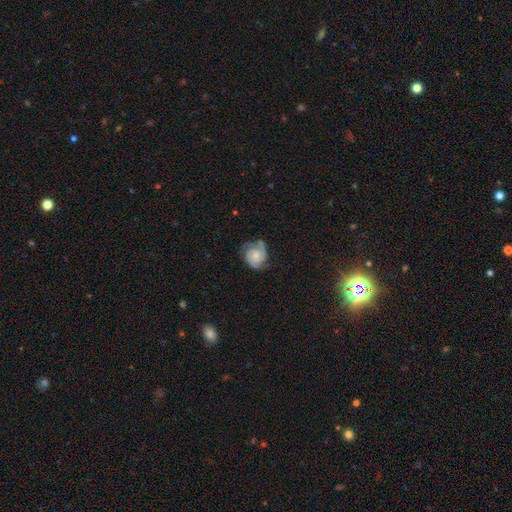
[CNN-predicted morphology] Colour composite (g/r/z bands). It shows a featured or disk galaxy (86%) with no bar (69%), 2 (67%) tight (63%) spiral arms (98%) and a small central bulge (53%). Merging: none (72%).